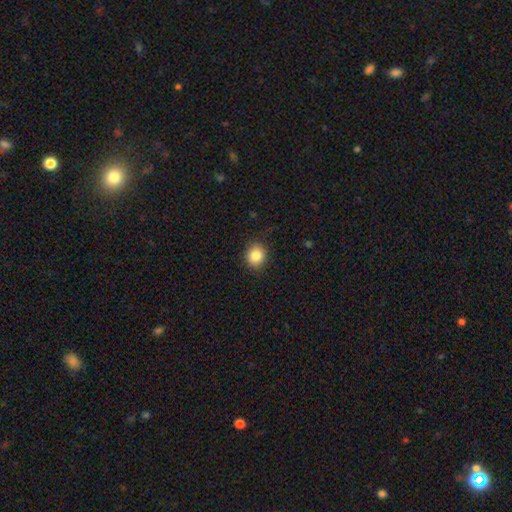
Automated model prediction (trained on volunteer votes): The model was most divided on "how rounded": round: 78%, in between: 21%, cigar-shaped: 1%. More confident: merging — none (88%); smooth or featured — smooth (85%).